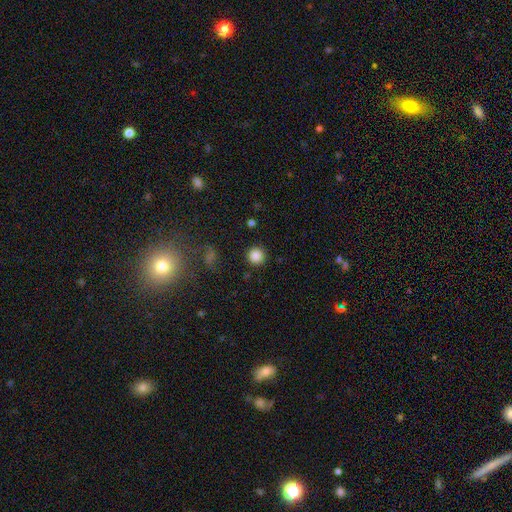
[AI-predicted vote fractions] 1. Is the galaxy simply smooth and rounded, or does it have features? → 85% smooth, 11% star or artifact, 4% featured or disk.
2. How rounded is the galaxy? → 95% round, 4% in between, 1% cigar-shaped.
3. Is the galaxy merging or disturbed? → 90% none, 6% minor disturbance, 2% major disturbance, 2% merger.